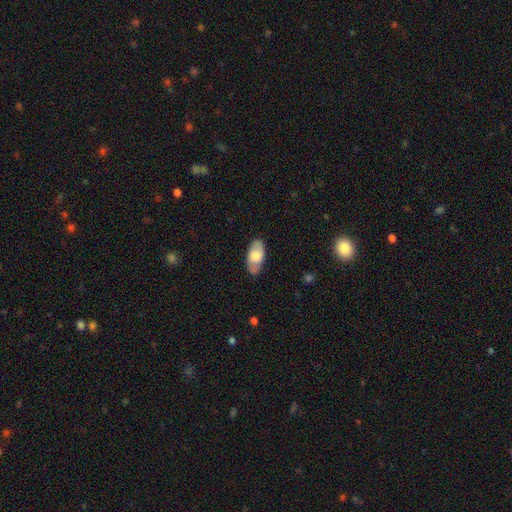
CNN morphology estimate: Smooth or featured? smooth (64%)
How rounded? in between (92%)
Merging? none (81%)